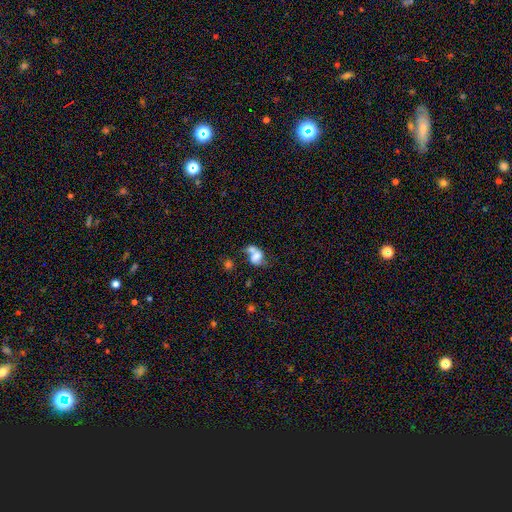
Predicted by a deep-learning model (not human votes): Smooth or featured? Predicted: smooth (p=0.57). How rounded? Predicted: in between (p=0.65). Merging? Predicted: merger (p=0.53).